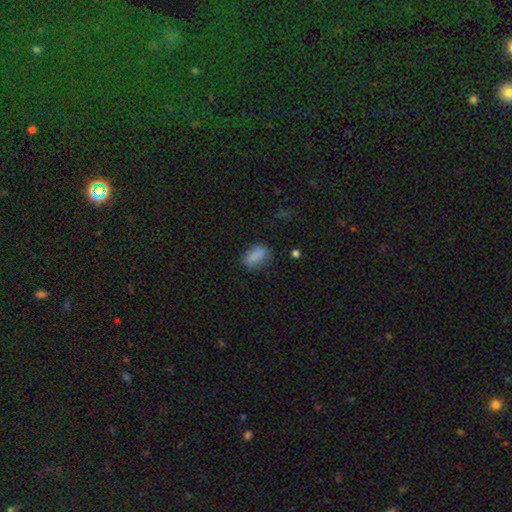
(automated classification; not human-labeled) Smooth or featured? smooth (85%)
How rounded? in between (88%)
Merging? none (74%)